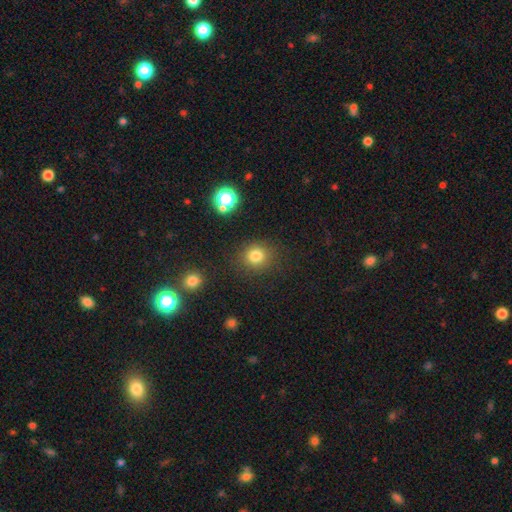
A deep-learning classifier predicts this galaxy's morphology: smooth-or-featured: smooth: 80% | star or artifact: 14% | featured or disk: 6%
  how-rounded: round: 87% | in between: 12% | cigar-shaped: 1%
  merging: none: 87% | minor disturbance: 8% | major disturbance: 3% | merger: 2%